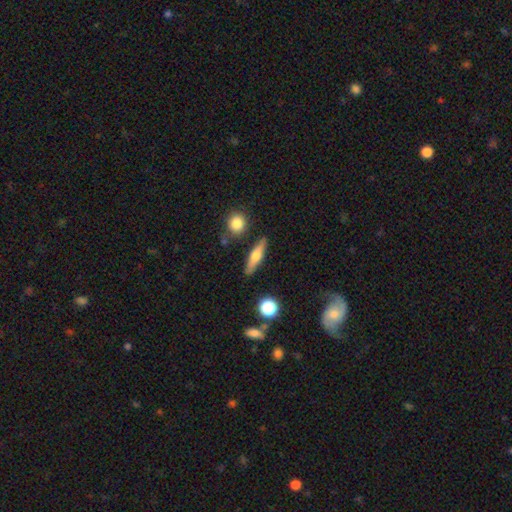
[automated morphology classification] type=smooth (49%); merging=none (85%).